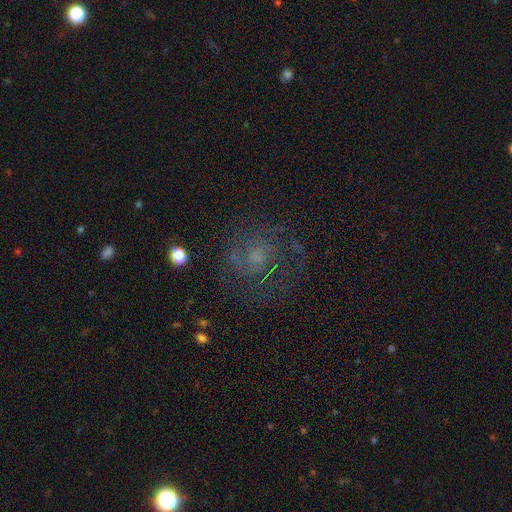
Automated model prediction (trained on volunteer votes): Morphology: type=featured or disk (63%); edge-on=no (98%); bar=no (73%); spiral arms=yes (83%); winding=tight (43%); arm count=2 (42%); bulge=small (44%); merging=none (68%).